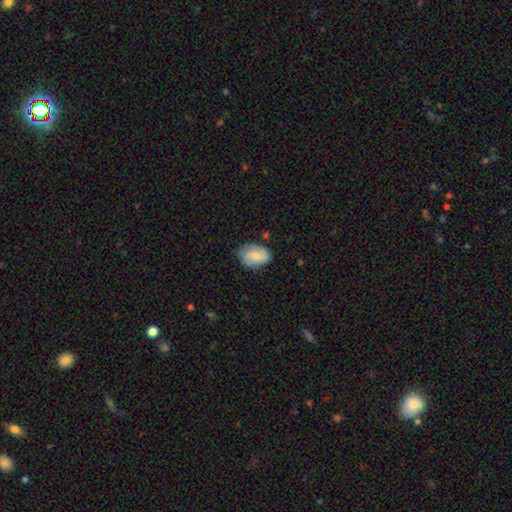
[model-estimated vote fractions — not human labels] Smooth or featured? Predicted: smooth (p=0.56). How rounded? Predicted: in between (p=0.77). Merging? Predicted: none (p=0.68).